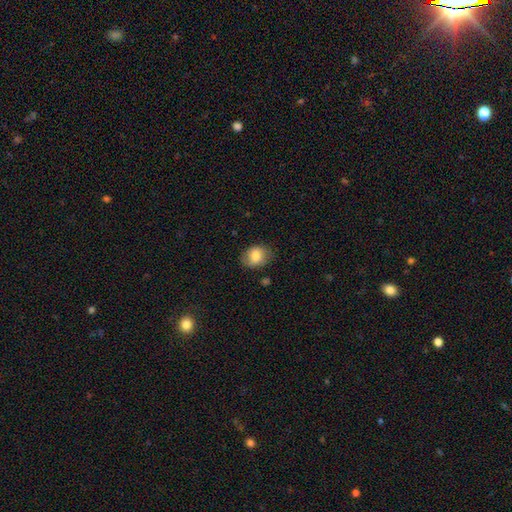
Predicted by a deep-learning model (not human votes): Morphology: type=smooth (80%); roundness=in between (59%); merging=none (77%).